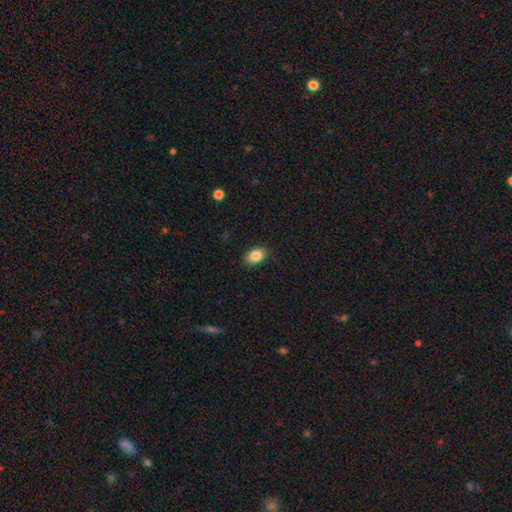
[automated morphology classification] smooth_or_featured: smooth (p=0.86) [alt: star or artifact p=0.08]
how_rounded: in between (p=0.78) [alt: round p=0.21]
merging: none (p=0.85) [alt: minor disturbance p=0.11]